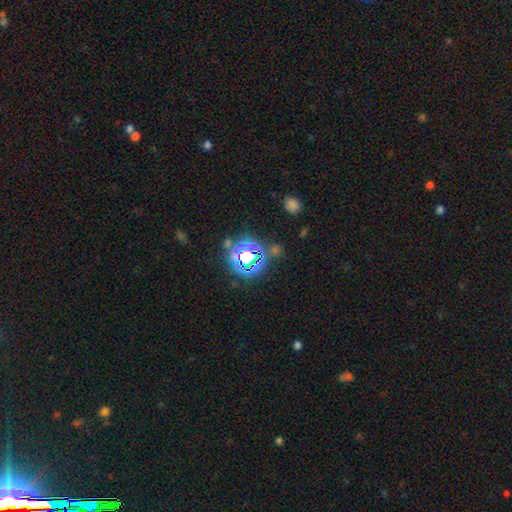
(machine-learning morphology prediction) This is likely a star or artifact rather than a galaxy (73%).